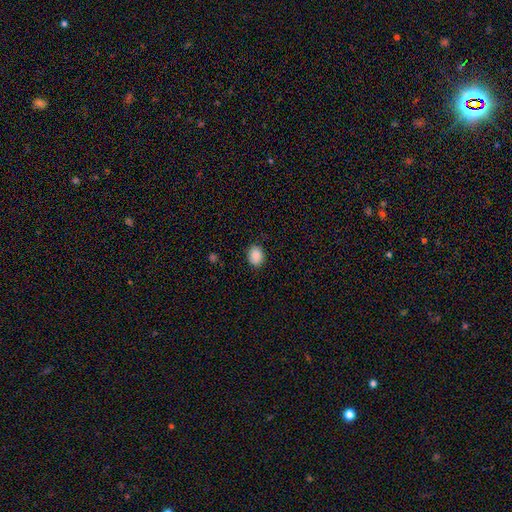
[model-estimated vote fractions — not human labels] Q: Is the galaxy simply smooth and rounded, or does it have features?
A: smooth — 89%.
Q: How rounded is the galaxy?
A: in between — 64%.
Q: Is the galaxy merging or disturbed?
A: none — 86%.